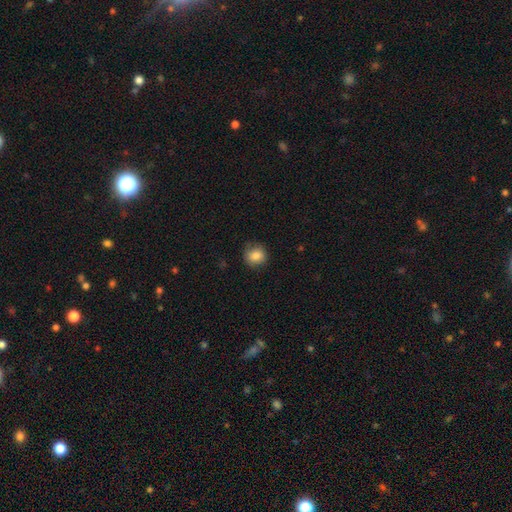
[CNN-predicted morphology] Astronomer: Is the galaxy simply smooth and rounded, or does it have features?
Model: smooth — 83%.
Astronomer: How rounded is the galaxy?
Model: round — 87%.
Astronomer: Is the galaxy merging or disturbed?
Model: none — 76%.